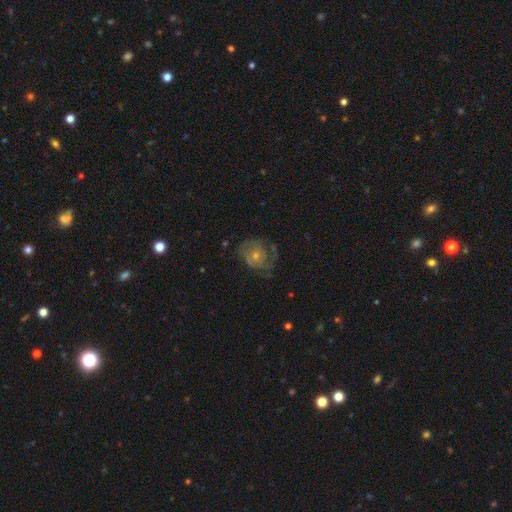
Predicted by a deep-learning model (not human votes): featured or disk 64%, smooth 23%, star or artifact 13%. Down the decision tree: edge-on disk — no (97%); bar — no (80%); spiral arms — yes (68%); bulge size — small (51%); merging — none (62%).